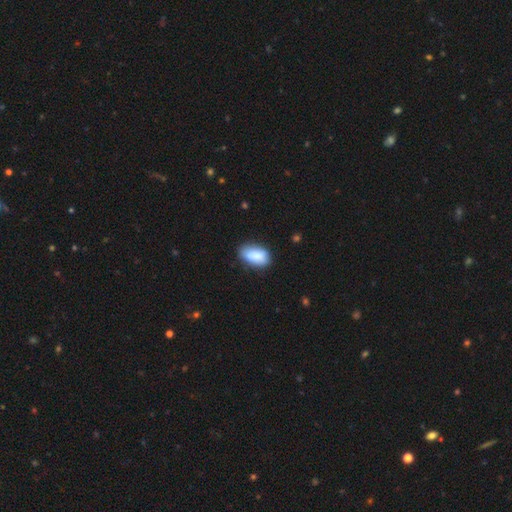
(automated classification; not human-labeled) This is clearly a smooth galaxy (86%). How rounded: clearly in between (93%). Merging: likely none (71%).